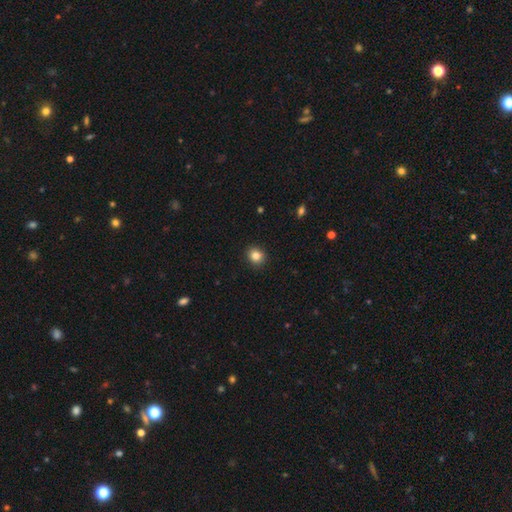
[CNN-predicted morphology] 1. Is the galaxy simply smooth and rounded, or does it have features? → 85% smooth, 11% star or artifact, 5% featured or disk.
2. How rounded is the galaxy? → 79% round, 20% in between, 1% cigar-shaped.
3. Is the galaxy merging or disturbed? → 90% none, 7% minor disturbance, 2% major disturbance, 1% merger.